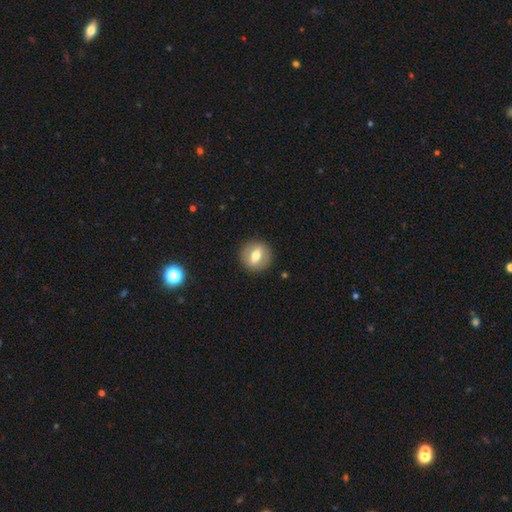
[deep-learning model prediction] Smooth or featured?
  - smooth: 59% *
  - featured or disk: 33%
  - star or artifact: 8%
How rounded?
  - round: 79% *
  - in between: 19%
  - cigar-shaped: 2%
Merging?
  - none: 89% *
  - minor disturbance: 7%
  - major disturbance: 3%
  - merger: 1%